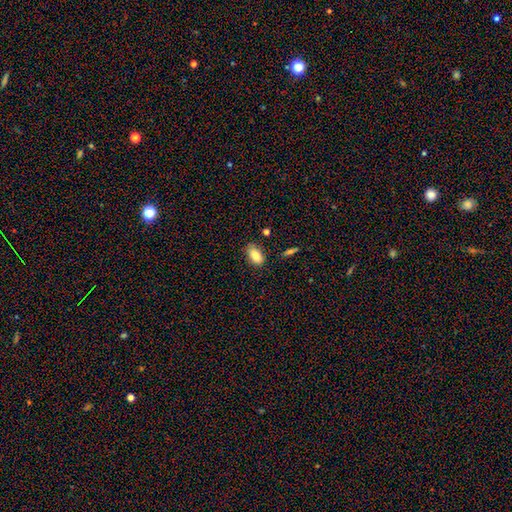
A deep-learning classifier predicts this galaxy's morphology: Smooth or featured?
  - smooth: 85% *
  - star or artifact: 8%
  - featured or disk: 7%
How rounded?
  - in between: 91% *
  - round: 5%
  - cigar-shaped: 4%
Merging?
  - none: 75% *
  - minor disturbance: 18%
  - major disturbance: 4%
  - merger: 3%